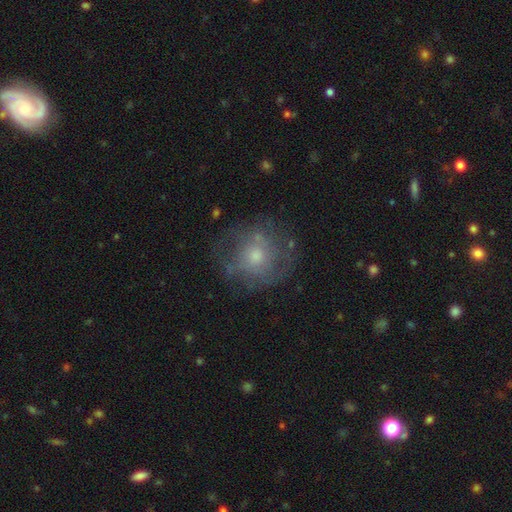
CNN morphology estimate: Smooth or featured? Predicted: featured or disk (p=0.49). Merging? Predicted: none (p=0.66).